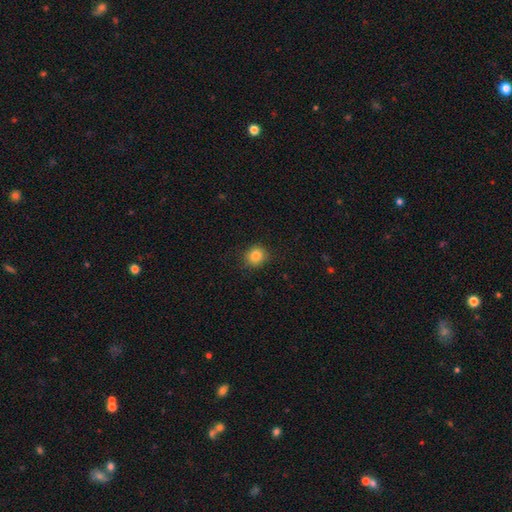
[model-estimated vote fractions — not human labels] A smooth galaxy with no disk features (83%) that is round (85%).

Vote fractions:
- Smooth or featured? smooth: 83% / star or artifact: 11% / featured or disk: 6%
- How rounded? round: 85% / in between: 15% / cigar-shaped: 1%
- Merging? none: 87% / minor disturbance: 9% / major disturbance: 2% / merger: 1%